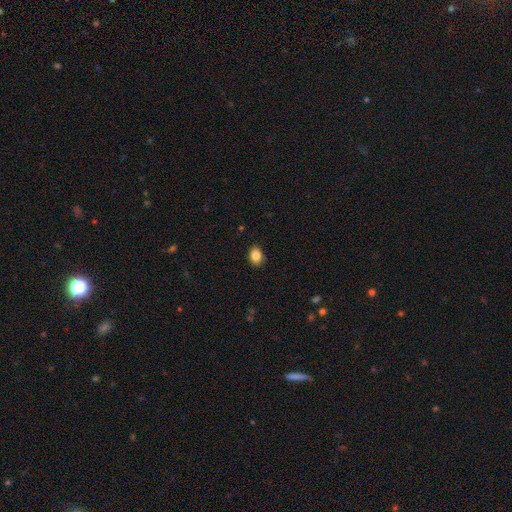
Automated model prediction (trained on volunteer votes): Overall: smooth (84%). How rounded: in between (72%). Merging: none (86%).